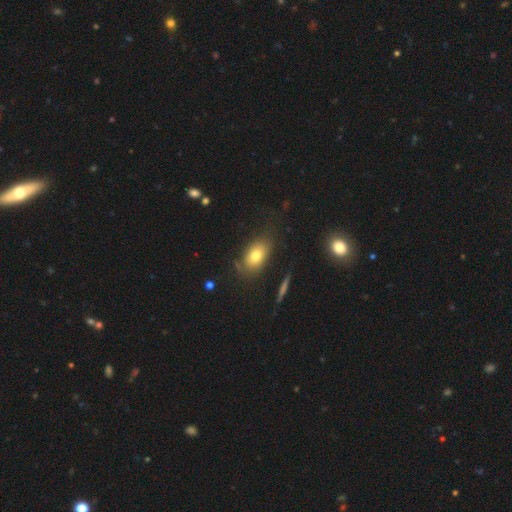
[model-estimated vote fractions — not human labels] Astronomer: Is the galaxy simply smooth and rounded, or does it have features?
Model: smooth — 75%.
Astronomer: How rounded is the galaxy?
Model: in between — 85%.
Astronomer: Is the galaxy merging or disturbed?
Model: none — 72%.